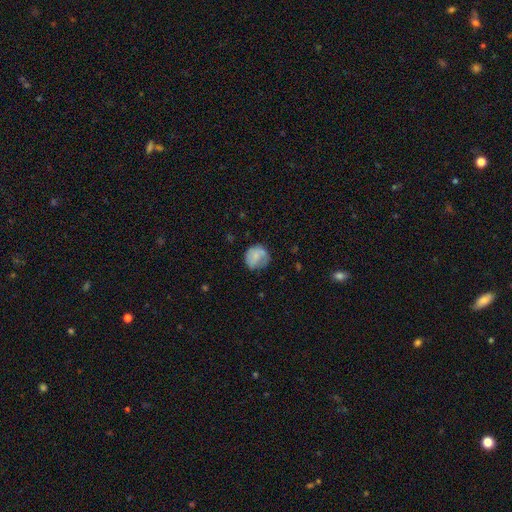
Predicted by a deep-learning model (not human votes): smooth_or_featured: smooth (p=0.70) [alt: featured or disk p=0.22]
how_rounded: round (p=0.83) [alt: in between p=0.16]
merging: none (p=0.60) [alt: minor disturbance p=0.27]